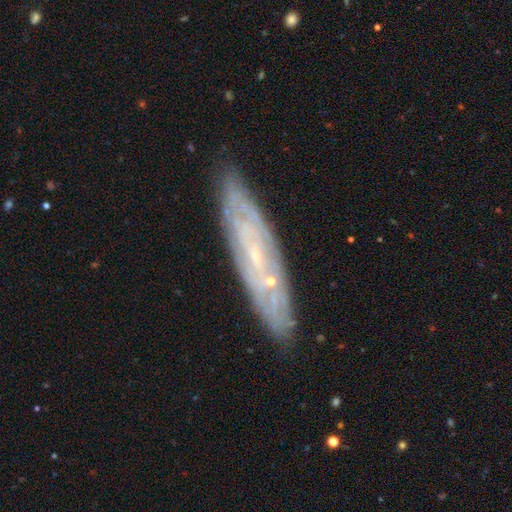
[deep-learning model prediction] smooth_or_featured: featured or disk (p=0.75) [alt: smooth p=0.17]
disk_edge_on: no (p=0.66) [alt: yes p=0.34]
merging: none (p=0.85) [alt: minor disturbance p=0.11]